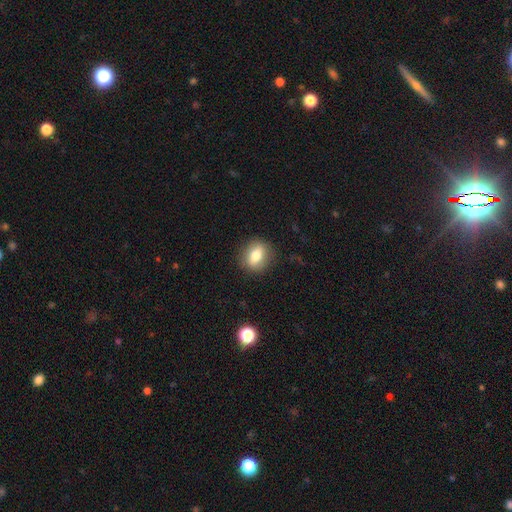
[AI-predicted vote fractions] A smooth galaxy with no disk features (72%) that is round (50%). Merging: none (86%).